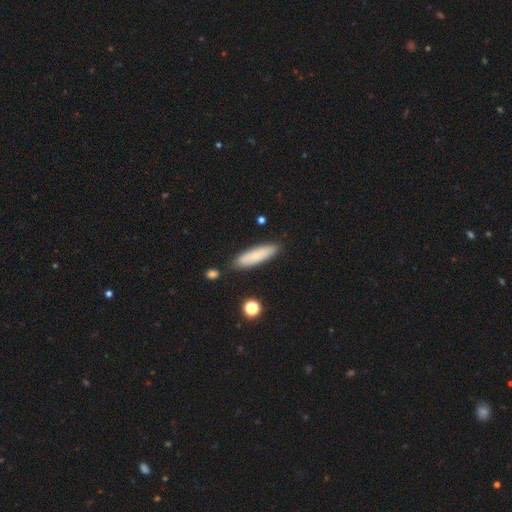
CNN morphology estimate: Smooth or featured?
  - smooth: 76% *
  - featured or disk: 17%
  - star or artifact: 7%
How rounded?
  - cigar-shaped: 68% *
  - in between: 30%
  - round: 2%
Merging?
  - none: 84% *
  - minor disturbance: 11%
  - merger: 3%
  - major disturbance: 2%